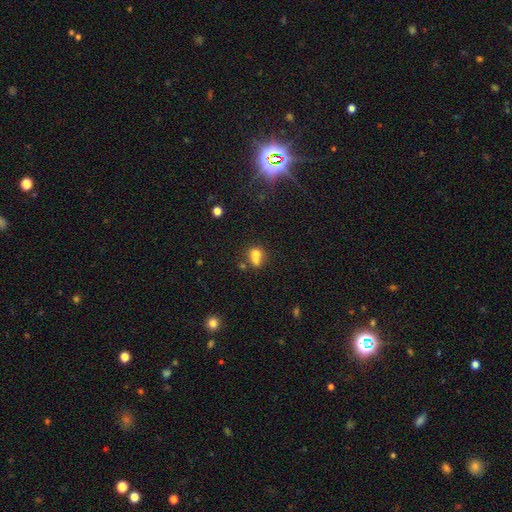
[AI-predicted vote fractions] Smooth or featured? Predicted: smooth (p=0.67). How rounded? Predicted: round (p=0.64). Merging? Predicted: merger (p=0.57).